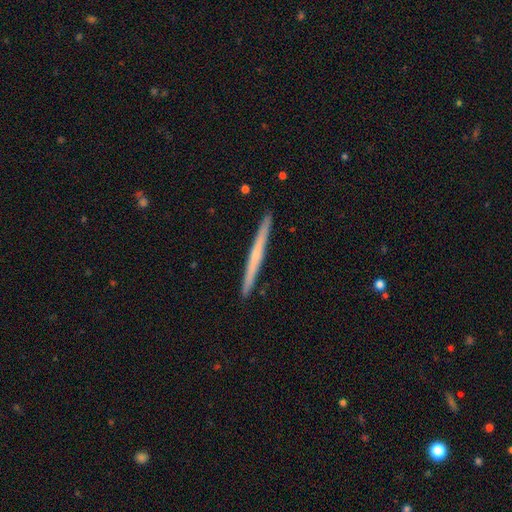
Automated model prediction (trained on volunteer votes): smooth-or-featured: featured or disk: 56% | smooth: 38% | star or artifact: 5%
  disk-edge-on: yes: 98% | no: 2%
    edge-on-bulge: none: 66% | rounded: 30% | boxy: 5%
  merging: none: 93% | minor disturbance: 5% | major disturbance: 1% | merger: 1%